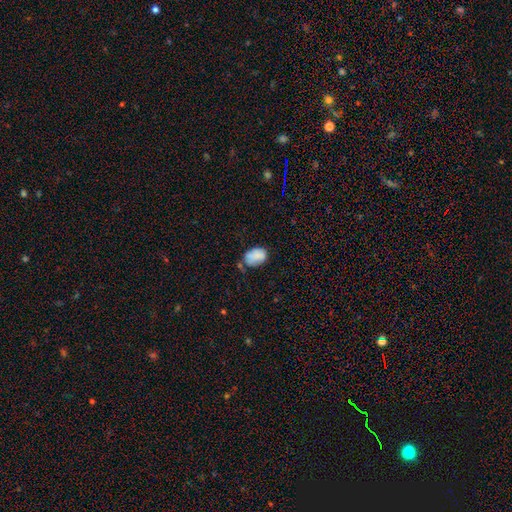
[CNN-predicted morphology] smooth_or_featured: smooth (p=0.83) [alt: star or artifact p=0.09]
how_rounded: in between (p=0.84) [alt: round p=0.15]
merging: none (p=0.48) [alt: minor disturbance p=0.35]